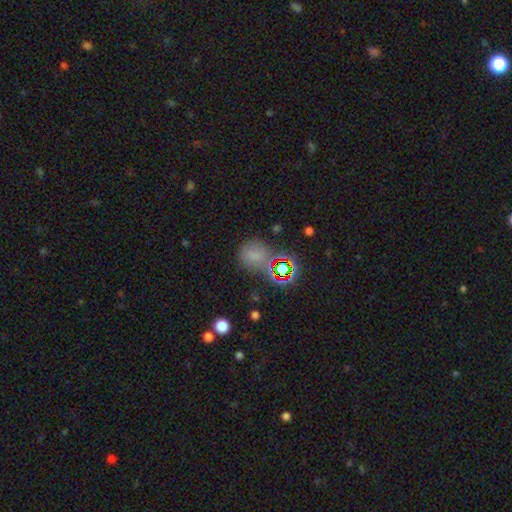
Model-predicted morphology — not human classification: Smooth or featured? smooth (56%)
How rounded? round (63%)
Merging? none (59%)